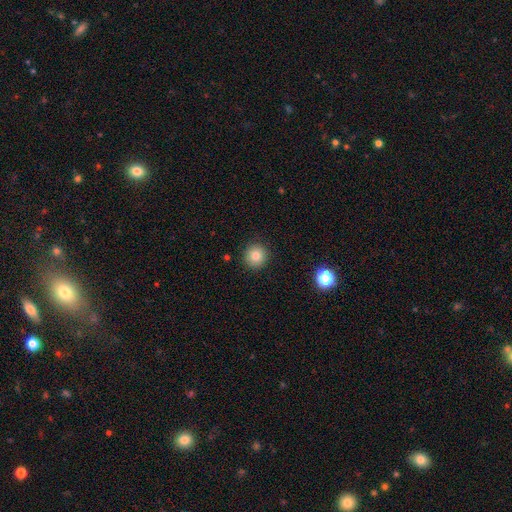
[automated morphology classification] The model was most divided on "smooth or featured": smooth: 83%, star or artifact: 11%, featured or disk: 7%. More confident: how rounded — round (94%); merging — none (91%).